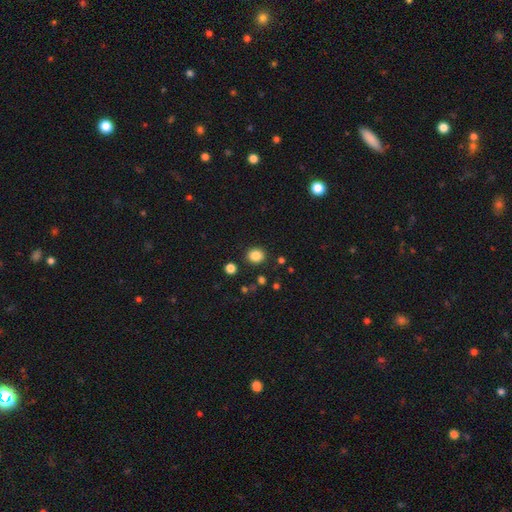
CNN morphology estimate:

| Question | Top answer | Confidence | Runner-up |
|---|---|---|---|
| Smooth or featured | smooth | 85% | star or artifact (11%) |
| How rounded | round | 78% | in between (21%) |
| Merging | none | 89% | minor disturbance (7%) |